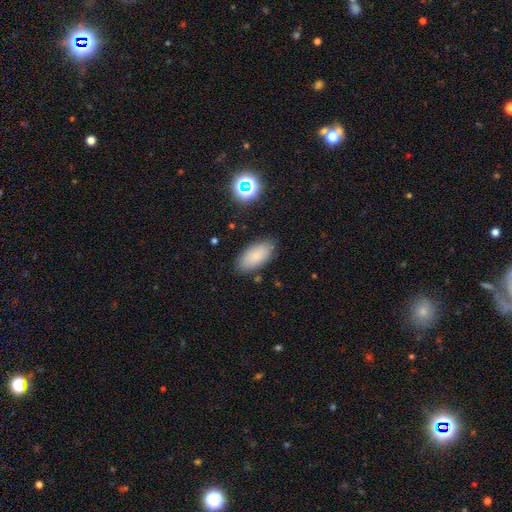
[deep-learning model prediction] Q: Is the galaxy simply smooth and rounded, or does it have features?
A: smooth — 83%.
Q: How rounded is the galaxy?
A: in between — 91%.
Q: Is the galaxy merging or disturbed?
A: none — 85%.